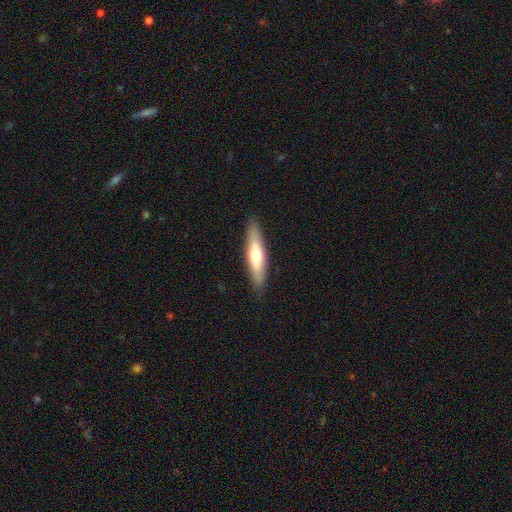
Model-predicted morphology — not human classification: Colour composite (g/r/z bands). It shows a smooth galaxy with no disk features (56%) that is cigar-shaped (77%). Merging: none (89%).